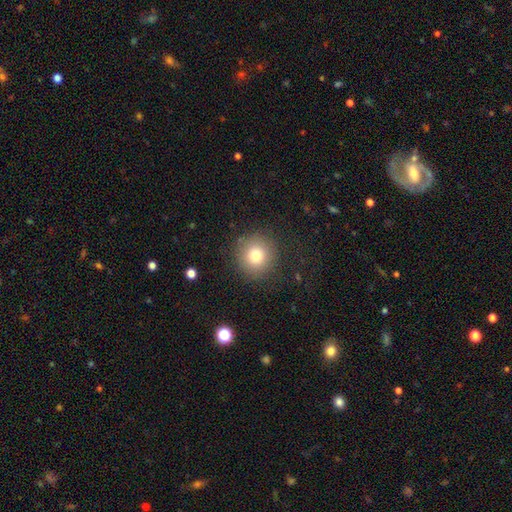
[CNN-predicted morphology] Smooth or featured?
  - smooth: 78% *
  - star or artifact: 12%
  - featured or disk: 10%
How rounded?
  - round: 92% *
  - in between: 7%
  - cigar-shaped: 1%
Merging?
  - none: 87% *
  - minor disturbance: 8%
  - major disturbance: 4%
  - merger: 1%